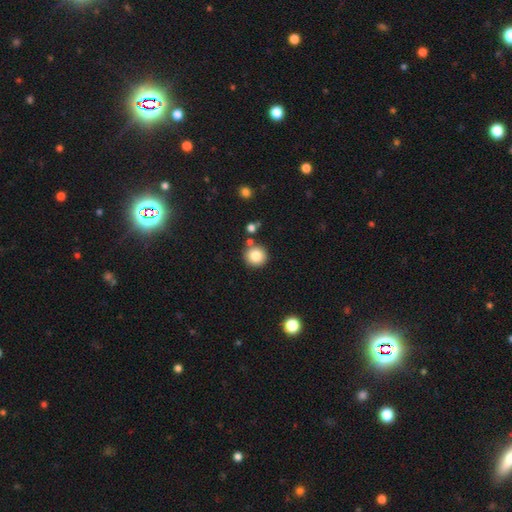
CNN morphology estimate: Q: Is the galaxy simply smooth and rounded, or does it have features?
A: smooth — 82%.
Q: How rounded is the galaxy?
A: round — 94%.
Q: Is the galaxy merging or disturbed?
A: none — 81%.